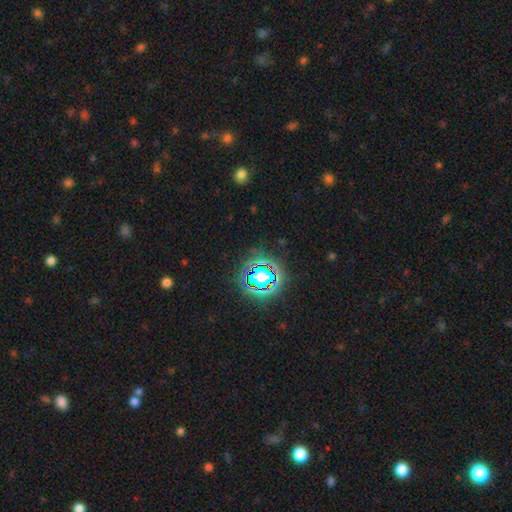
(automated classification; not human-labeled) smooth_or_featured: star or artifact (p=0.80) [alt: smooth p=0.13]